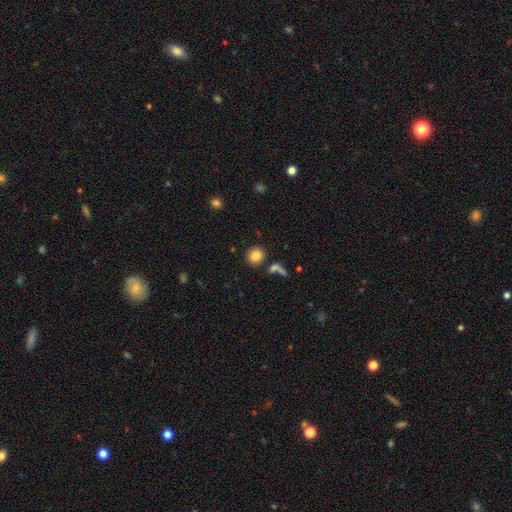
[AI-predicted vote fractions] A smooth galaxy with no disk features (84%) that is round (88%).

Vote fractions:
- Smooth or featured? smooth: 84% / star or artifact: 9% / featured or disk: 7%
- How rounded? round: 88% / in between: 11% / cigar-shaped: 1%
- Merging? none: 80% / merger: 9% / minor disturbance: 8% / major disturbance: 3%